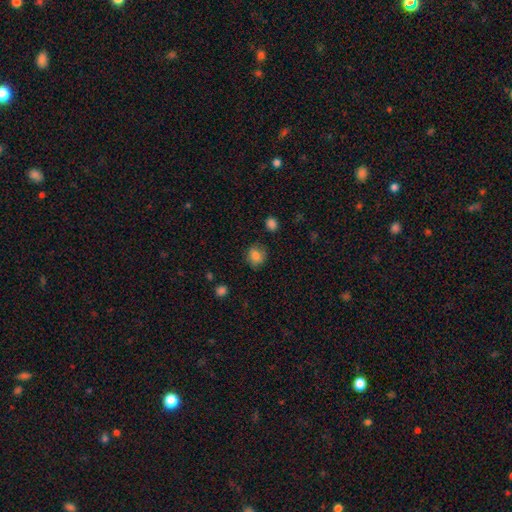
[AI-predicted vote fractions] smooth-or-featured: smooth: 83% | star or artifact: 10% | featured or disk: 7%
  how-rounded: round: 73% | in between: 26% | cigar-shaped: 1%
  merging: none: 79% | minor disturbance: 15% | major disturbance: 4% | merger: 2%